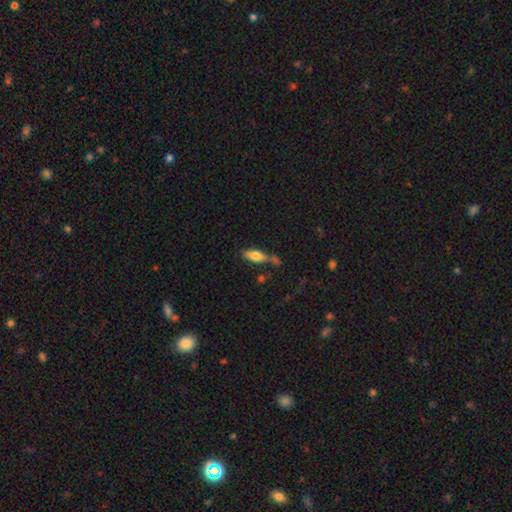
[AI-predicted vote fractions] smooth 70%, featured or disk 23%, star or artifact 8%. Down the decision tree: how rounded — in between (66%); merging — none (52%).